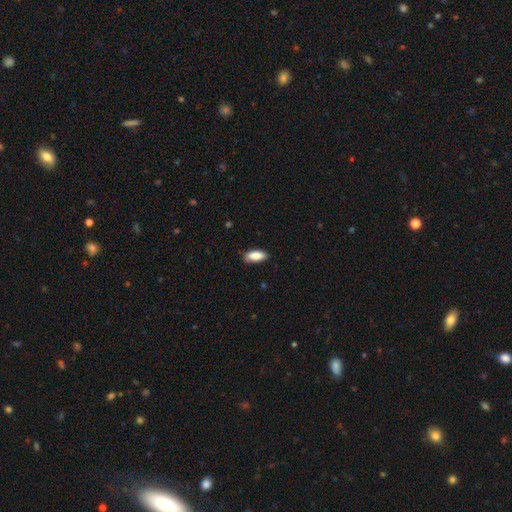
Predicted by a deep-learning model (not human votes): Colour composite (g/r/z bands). It shows a smooth galaxy with no disk features (85%) that is in between round and cigar-shaped (80%). Merging: none (82%).